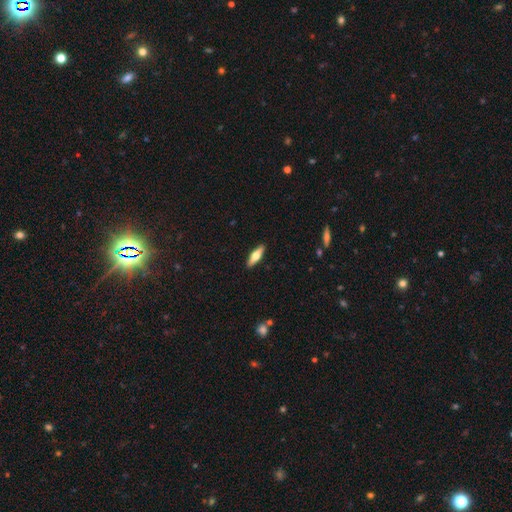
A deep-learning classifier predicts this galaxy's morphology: smooth_or_featured: smooth (p=0.50) [alt: featured or disk p=0.44]
how_rounded: cigar-shaped (p=0.57) [alt: in between p=0.40]
merging: none (p=0.91) [alt: minor disturbance p=0.07]